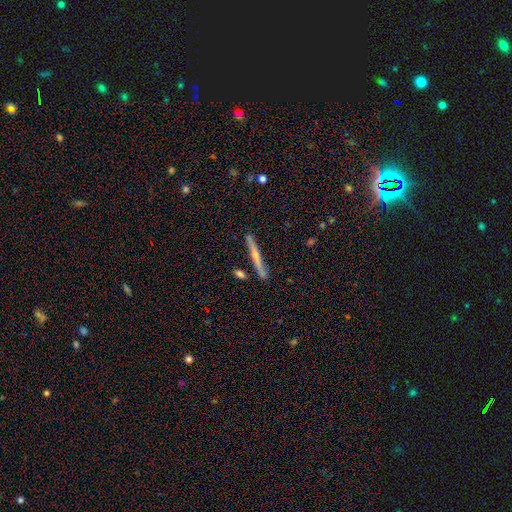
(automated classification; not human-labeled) featured or disk 60%, smooth 33%, star or artifact 7%. Down the decision tree: edge-on disk — yes (96%); edge-on bulge — rounded (69%); merging — none (86%).